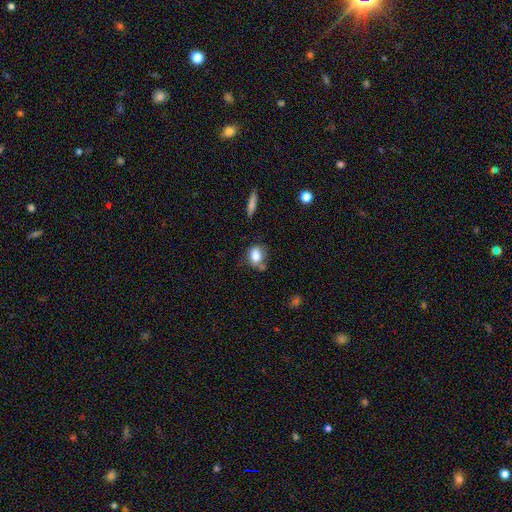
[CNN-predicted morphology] A smooth galaxy with no disk features (80%) that is in between round and cigar-shaped (59%). Merging: none (51%).